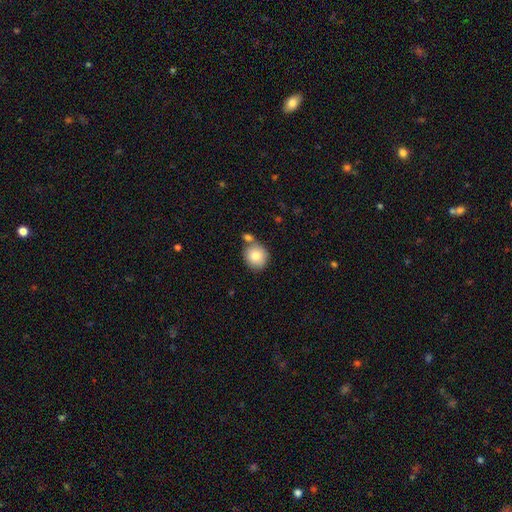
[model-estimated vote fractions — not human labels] Smooth or featured: smooth — 82% (featured or disk — 10%)
How rounded: round — 82% (in between — 17%)
Merging: none — 62% (merger — 22%)